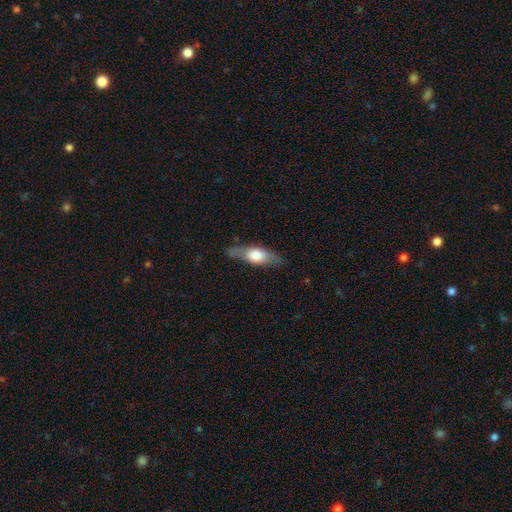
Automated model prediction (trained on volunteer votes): Smooth or featured? Predicted: smooth (p=0.56). How rounded? Predicted: in between (p=0.62). Merging? Predicted: none (p=0.72).